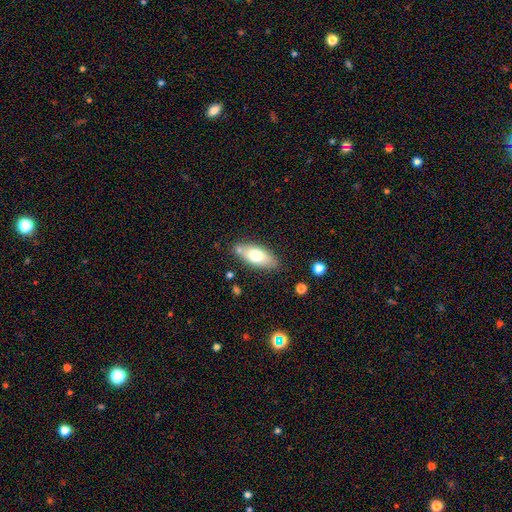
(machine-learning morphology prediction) A smooth galaxy with no disk features (69%) that is in between round and cigar-shaped (83%). Merging: none (76%).